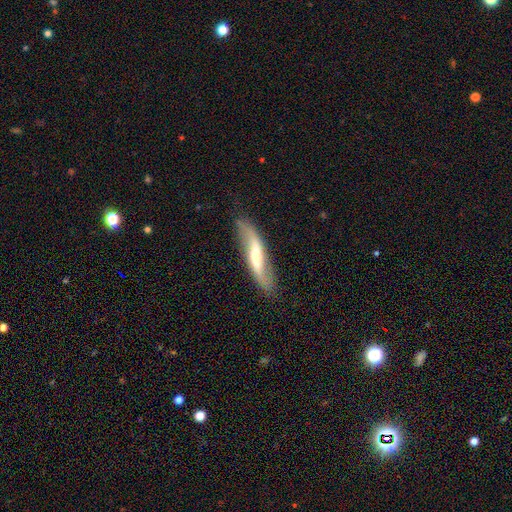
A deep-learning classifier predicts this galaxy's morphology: This is likely a featured or disk galaxy (72%). It is likely not viewed edge-on (73%). Bar: marginally strong (36%). Spiral arm pattern: clearly yes (87%). Central bulge: possibly small (48%). Merging: likely none (76%).